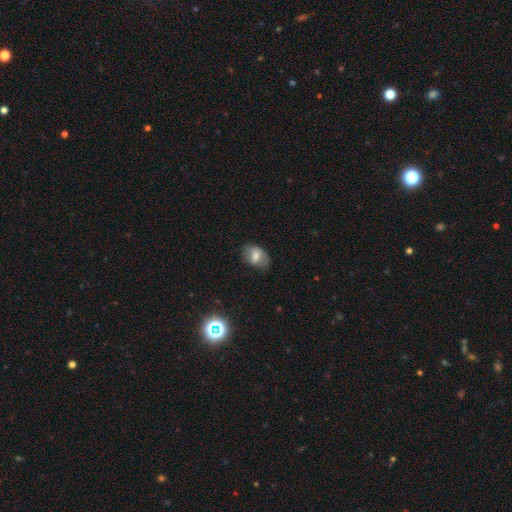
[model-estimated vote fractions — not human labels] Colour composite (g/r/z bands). It shows a smooth galaxy with no disk features (69%) that is in between round and cigar-shaped (76%). Merging: none (72%).